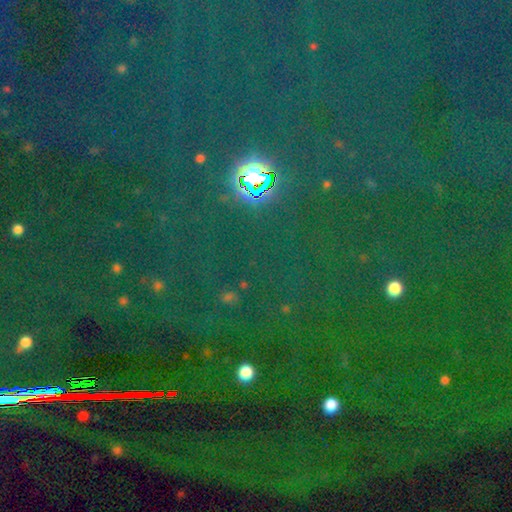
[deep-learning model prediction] The model was most divided on "smooth or featured": star or artifact: 78%, smooth: 15%, featured or disk: 7%.